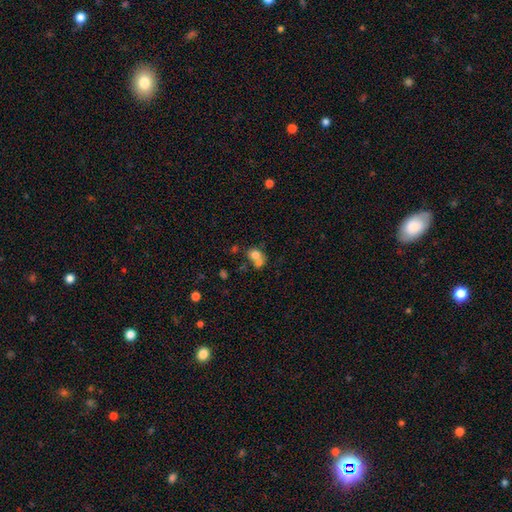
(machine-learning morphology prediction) Q: Smooth or featured?
A: smooth (72%); runner-up: featured or disk (17%)
Q: How rounded?
A: round (58%); runner-up: in between (41%)
Q: Merging?
A: merger (61%); runner-up: none (27%)